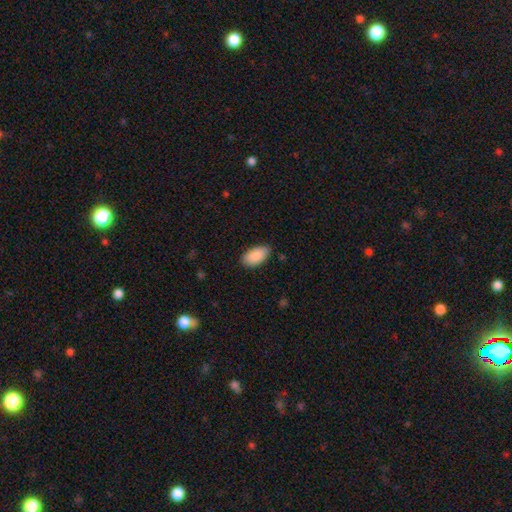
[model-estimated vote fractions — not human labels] Smooth or featured? smooth (89%)
How rounded? in between (95%)
Merging? none (81%)